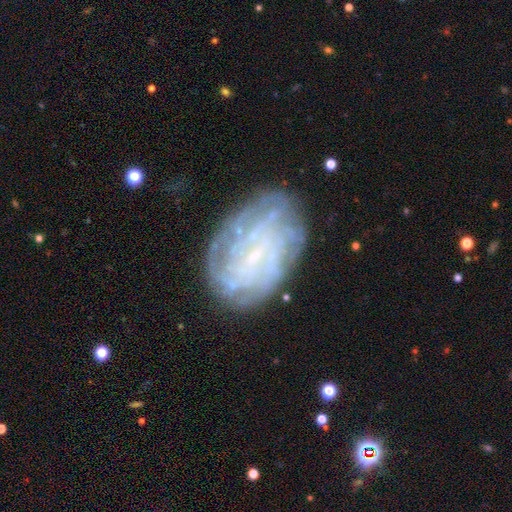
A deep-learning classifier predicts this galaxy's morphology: smooth-or-featured: featured or disk: 79% | smooth: 12% | star or artifact: 9%
  disk-edge-on: no: 97% | yes: 3%
    bar: no: 51% | weak: 38% | strong: 12%
    has-spiral-arms: yes: 90% | no: 10%
      spiral-winding: tight: 73% | medium: 20% | loose: 7%
      spiral-arm-count: can't tell: 38% | more than 4: 24% | 4: 16% | 3: 8% | 2: 7% | 1: 6%
    bulge-size: small: 81% | none: 9% | moderate: 8% | large: 1% | dominant: 1%
  merging: none: 75% | minor disturbance: 16% | major disturbance: 6% | merger: 2%